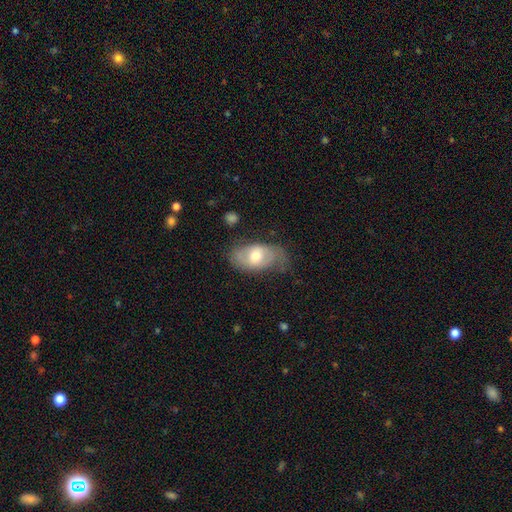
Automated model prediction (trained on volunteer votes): A smooth galaxy with no disk features (52%) that is in between round and cigar-shaped (91%). Merging: none (54%).